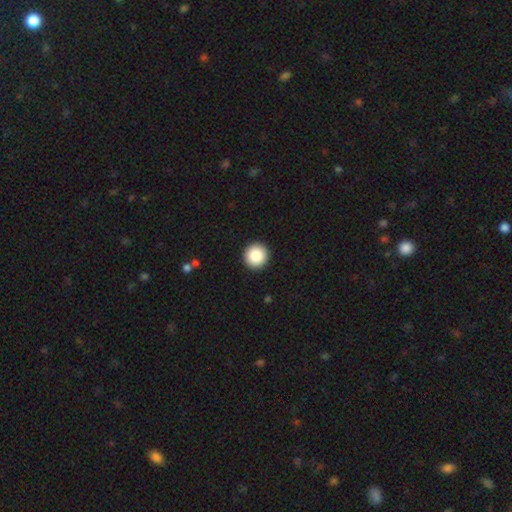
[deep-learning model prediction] smooth_or_featured: smooth (p=0.87) [alt: star or artifact p=0.08]
how_rounded: round (p=0.96) [alt: in between p=0.03]
merging: none (p=0.93) [alt: minor disturbance p=0.04]